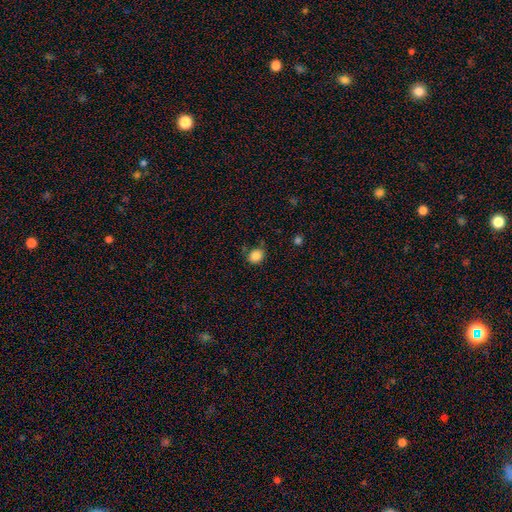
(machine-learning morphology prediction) type=smooth (86%); roundness=round (72%); merging=none (74%).